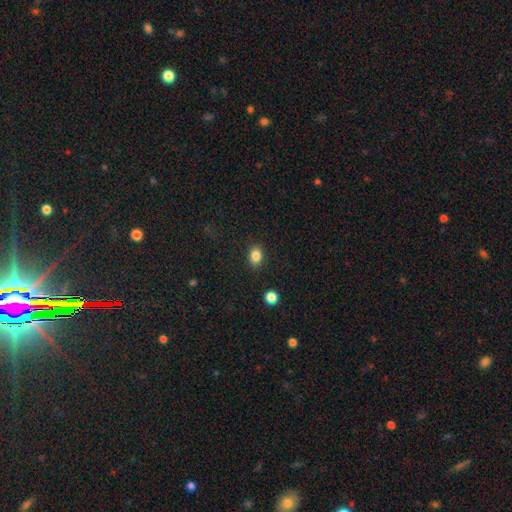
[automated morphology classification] The model was most divided on "how rounded": in between: 59%, round: 39%, cigar-shaped: 1%. More confident: merging — none (88%); smooth or featured — smooth (84%).